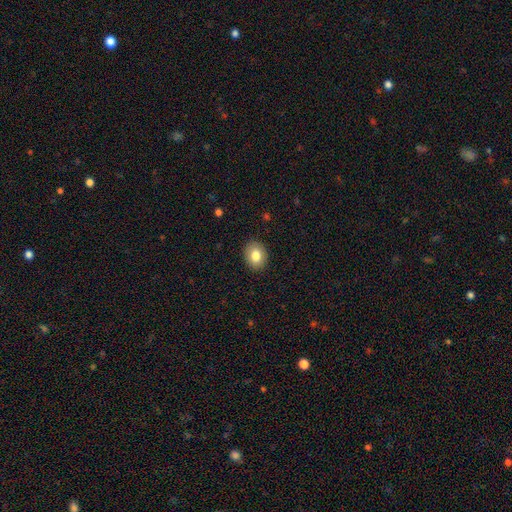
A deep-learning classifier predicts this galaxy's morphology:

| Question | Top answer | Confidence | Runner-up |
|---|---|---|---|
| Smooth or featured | smooth | 82% | featured or disk (10%) |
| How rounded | in between | 52% | round (47%) |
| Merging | none | 89% | minor disturbance (8%) |